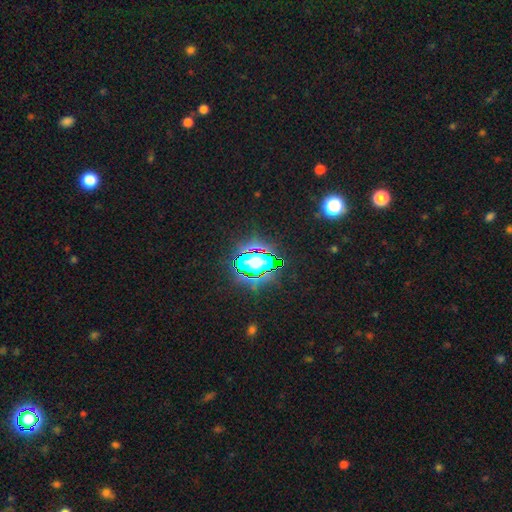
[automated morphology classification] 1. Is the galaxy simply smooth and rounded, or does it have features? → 74% star or artifact, 15% smooth, 11% featured or disk.